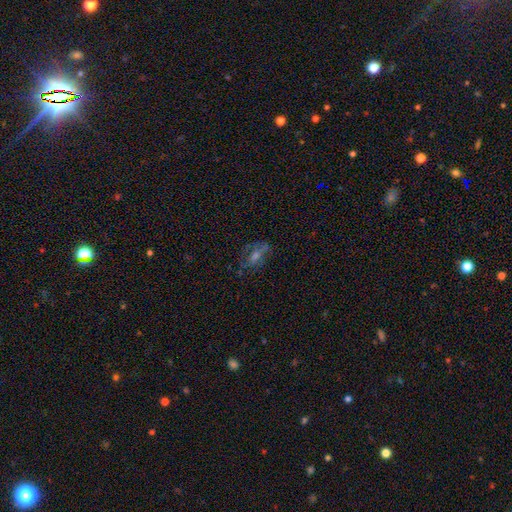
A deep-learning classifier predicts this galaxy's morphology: smooth-or-featured: featured or disk: 52% | smooth: 26% | star or artifact: 22%
  disk-edge-on: no: 87% | yes: 13%
  merging: none: 65% | minor disturbance: 19% | major disturbance: 13% | merger: 3%